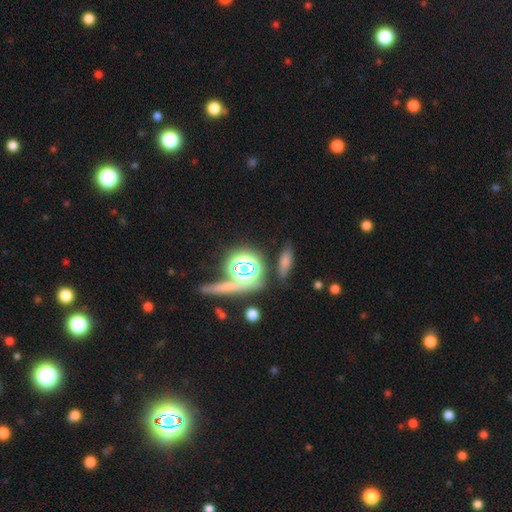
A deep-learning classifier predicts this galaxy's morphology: This appears to be a star or artifact, not a galaxy (45%).